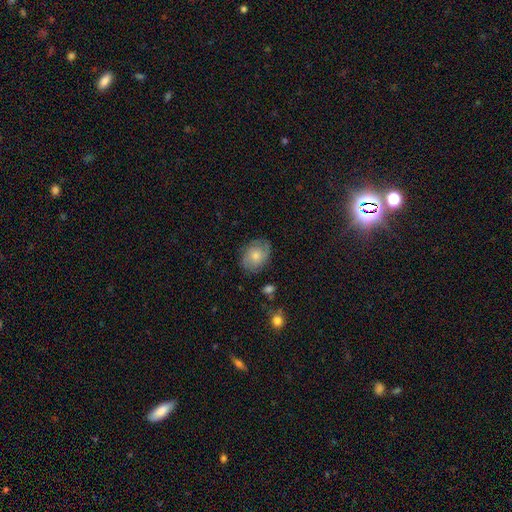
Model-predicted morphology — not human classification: type=smooth (60%); roundness=in between (65%); merging=none (73%).